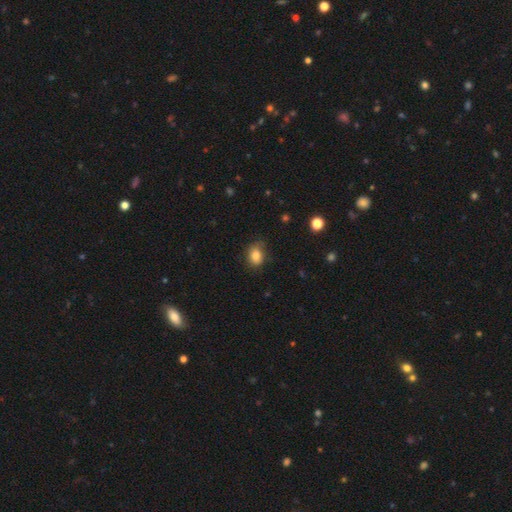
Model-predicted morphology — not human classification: smooth 81%, star or artifact 10%, featured or disk 9%. Down the decision tree: how rounded — in between (61%); merging — none (70%).